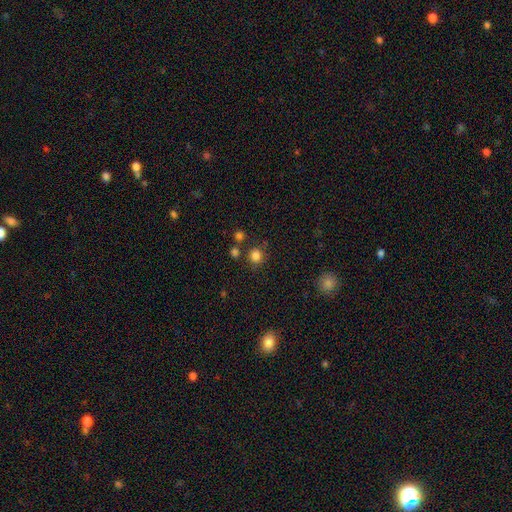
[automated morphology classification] Smooth or featured? smooth (81%)
How rounded? round (84%)
Merging? none (77%)